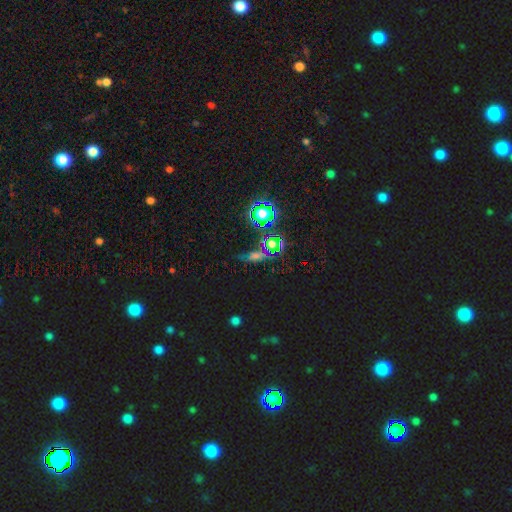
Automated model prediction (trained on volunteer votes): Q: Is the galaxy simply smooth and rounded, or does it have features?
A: star or artifact — 58%.